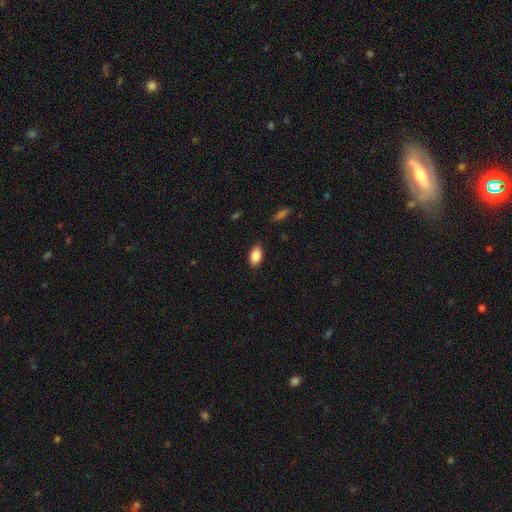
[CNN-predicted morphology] Smooth or featured? smooth (85%)
How rounded? in between (91%)
Merging? none (86%)